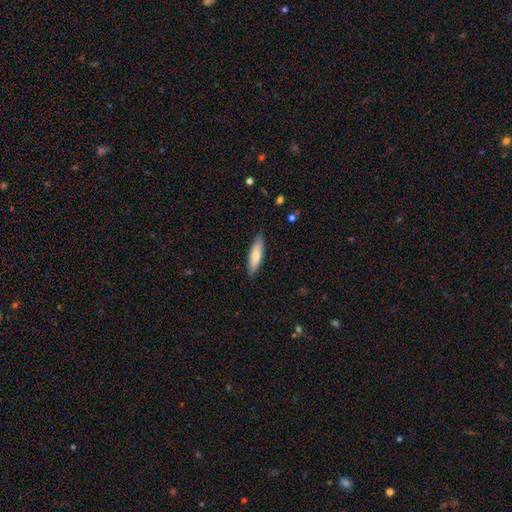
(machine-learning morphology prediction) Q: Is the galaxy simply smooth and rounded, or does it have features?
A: smooth — 73%.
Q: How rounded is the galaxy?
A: cigar-shaped — 65%.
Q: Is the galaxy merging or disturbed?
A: none — 88%.